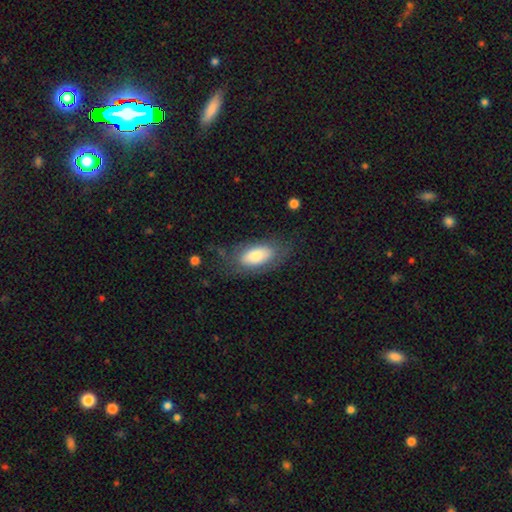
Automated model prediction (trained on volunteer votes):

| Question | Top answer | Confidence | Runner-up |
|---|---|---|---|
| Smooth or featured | smooth | 70% | featured or disk (23%) |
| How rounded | in between | 89% | cigar-shaped (7%) |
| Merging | none | 69% | minor disturbance (20%) |